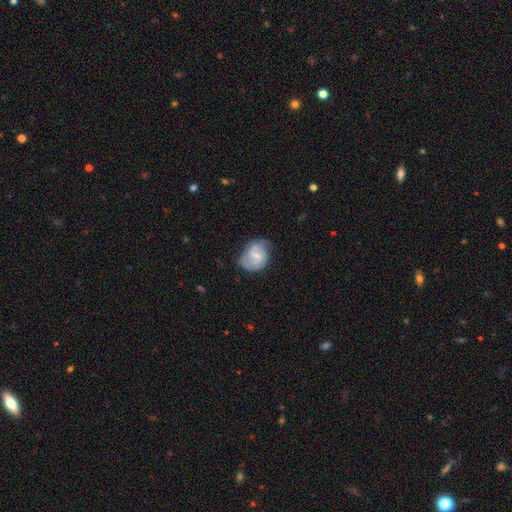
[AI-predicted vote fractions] This is possibly a featured or disk galaxy (56%). It is clearly not viewed edge-on (97%). Bar: possibly weak (52%). Spiral arm pattern: likely yes (79%). Central bulge: possibly small (56%). Merging: possibly none (56%).